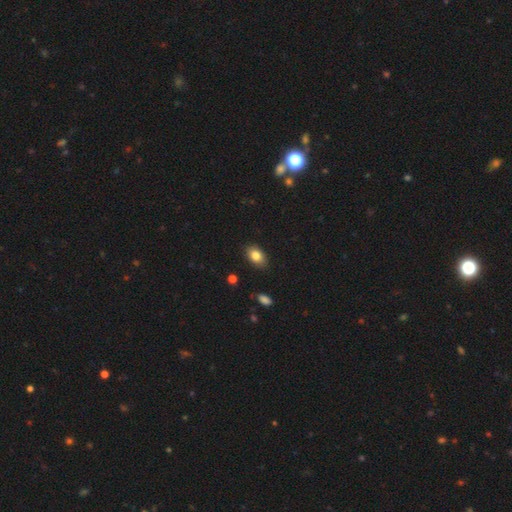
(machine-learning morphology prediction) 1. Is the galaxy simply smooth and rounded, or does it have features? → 83% smooth, 9% featured or disk, 9% star or artifact.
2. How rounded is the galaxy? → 86% in between, 13% round, 1% cigar-shaped.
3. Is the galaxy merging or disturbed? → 86% none, 11% minor disturbance, 2% major disturbance, 1% merger.